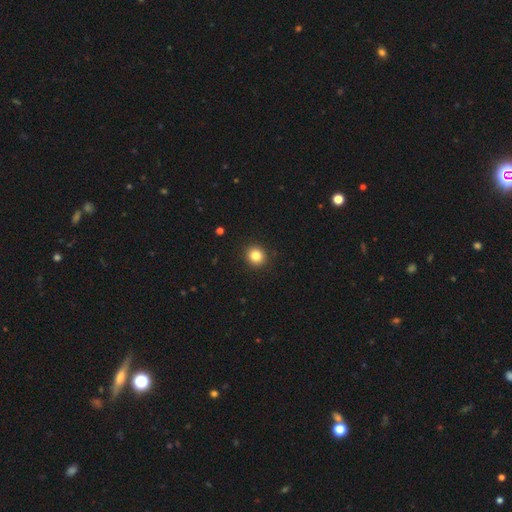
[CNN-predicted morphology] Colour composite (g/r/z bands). It shows a smooth galaxy with no disk features (83%) that is round (89%). Merging: none (92%).